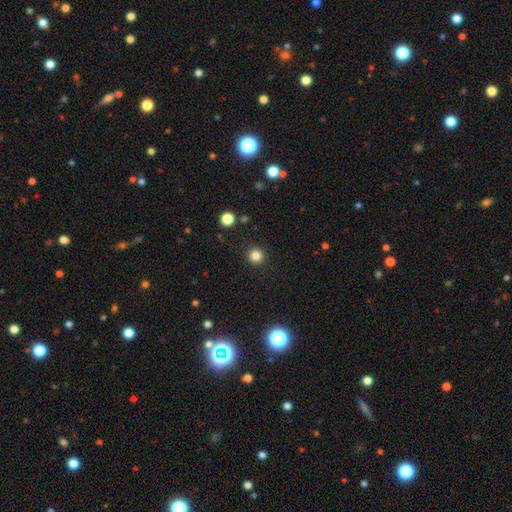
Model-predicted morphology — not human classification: smooth 83%, star or artifact 13%, featured or disk 4%. Down the decision tree: how rounded — round (94%); merging — none (92%).